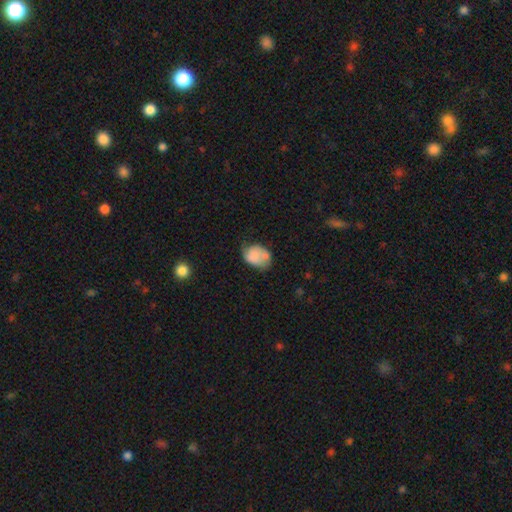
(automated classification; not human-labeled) A smooth galaxy with no disk features (68%) that is in between round and cigar-shaped (63%).

Vote fractions:
- Smooth or featured? smooth: 68% / featured or disk: 23% / star or artifact: 9%
- How rounded? in between: 63% / round: 36% / cigar-shaped: 1%
- Merging? none: 35% / minor disturbance: 31% / merger: 19% / major disturbance: 15%